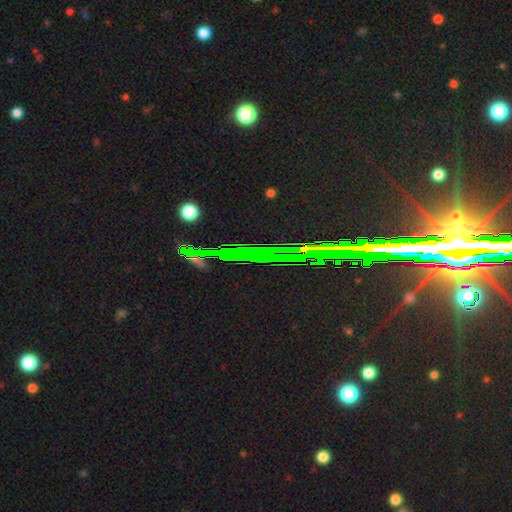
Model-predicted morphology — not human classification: type=star or artifact (78%).